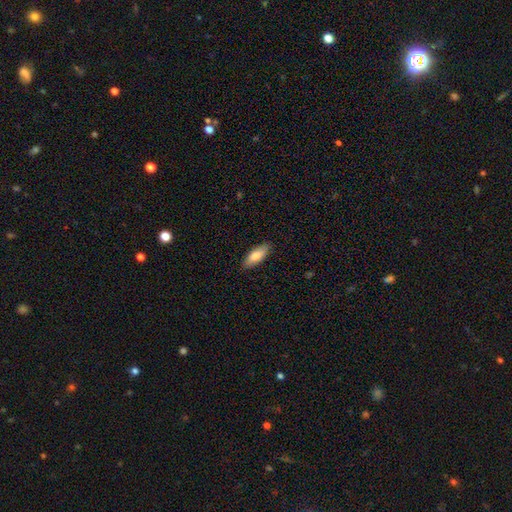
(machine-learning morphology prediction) A smooth galaxy with no disk features (80%) that is in between round and cigar-shaped (74%).

Vote fractions:
- Smooth or featured? smooth: 80% / featured or disk: 15% / star or artifact: 6%
- How rounded? in between: 74% / cigar-shaped: 24% / round: 2%
- Merging? none: 87% / minor disturbance: 10% / major disturbance: 2% / merger: 1%